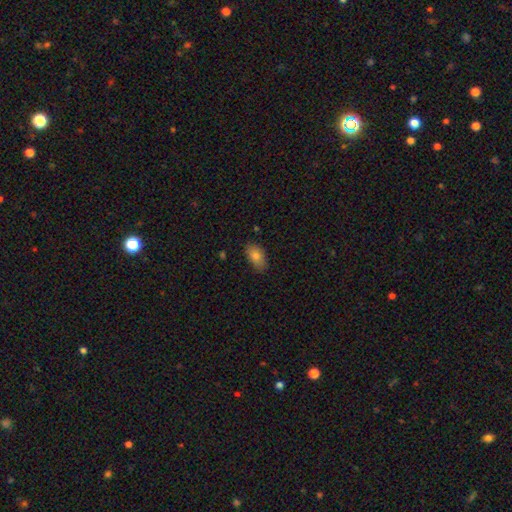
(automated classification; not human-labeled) Smooth or featured? smooth (80%)
How rounded? in between (90%)
Merging? none (80%)